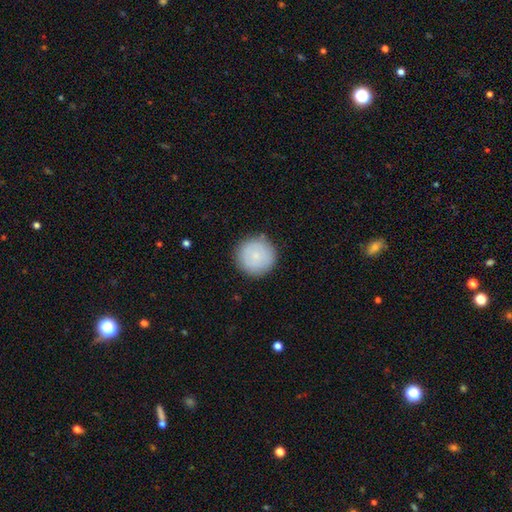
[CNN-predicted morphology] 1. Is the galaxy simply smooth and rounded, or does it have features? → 79% smooth, 15% featured or disk, 7% star or artifact.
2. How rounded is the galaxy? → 96% round, 3% in between, 1% cigar-shaped.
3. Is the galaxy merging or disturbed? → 87% none, 9% minor disturbance, 2% major disturbance, 1% merger.